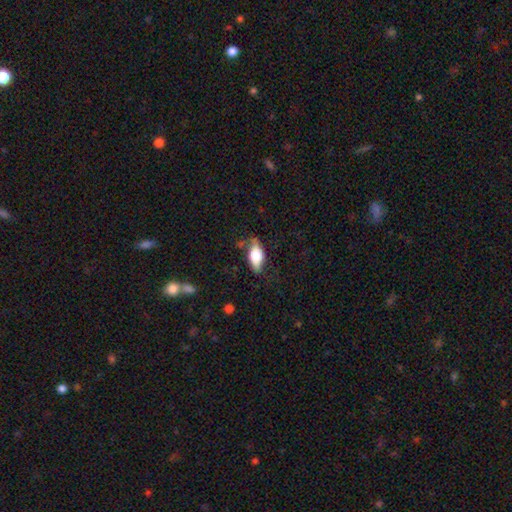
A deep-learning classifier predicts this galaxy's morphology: Smooth or featured: smooth — 65% (featured or disk — 28%)
How rounded: in between — 83% (cigar-shaped — 14%)
Merging: none — 65% (minor disturbance — 25%)